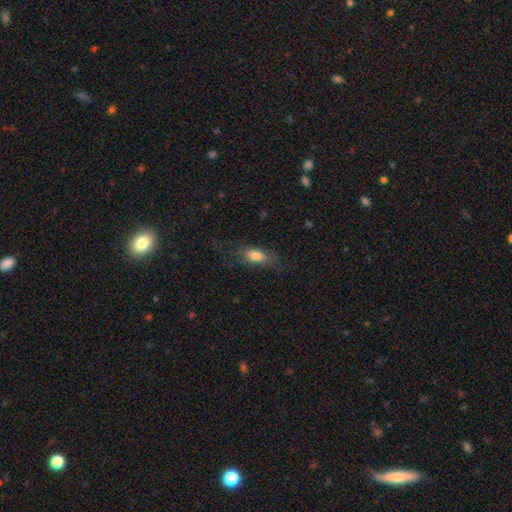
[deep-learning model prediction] smooth_or_featured: smooth (p=0.73) [alt: featured or disk p=0.19]
how_rounded: in between (p=0.78) [alt: cigar-shaped p=0.18]
merging: none (p=0.64) [alt: minor disturbance p=0.20]